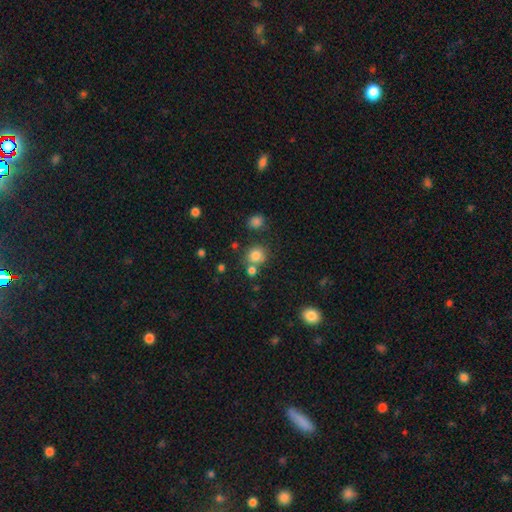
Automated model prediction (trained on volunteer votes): smooth 81%, star or artifact 13%, featured or disk 7%. Down the decision tree: how rounded — round (85%); merging — none (67%).